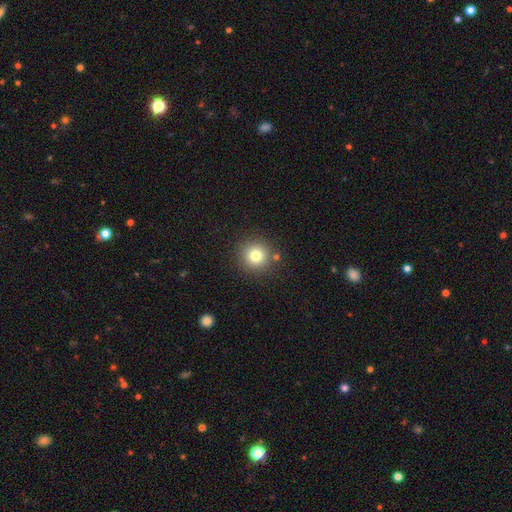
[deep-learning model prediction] smooth 78%, star or artifact 14%, featured or disk 9%. Down the decision tree: how rounded — round (94%); merging — none (86%).